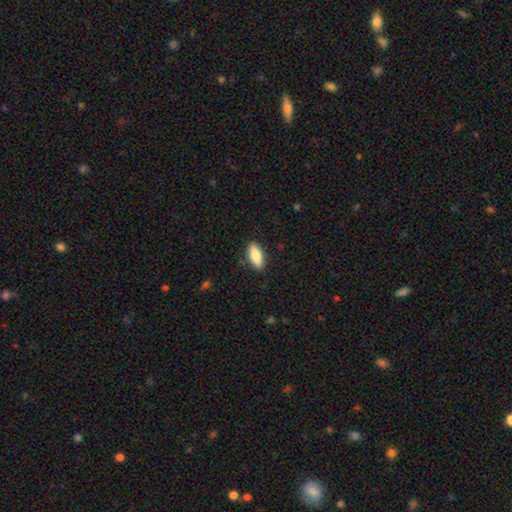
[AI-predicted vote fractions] This is clearly a smooth galaxy (80%). How rounded: likely in between (74%). Merging: clearly none (86%).